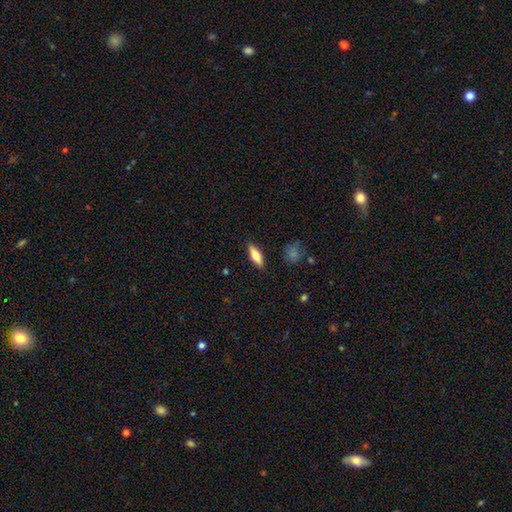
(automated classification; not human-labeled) smooth 70%, featured or disk 24%, star or artifact 6%. Down the decision tree: how rounded — in between (58%); merging — none (87%).